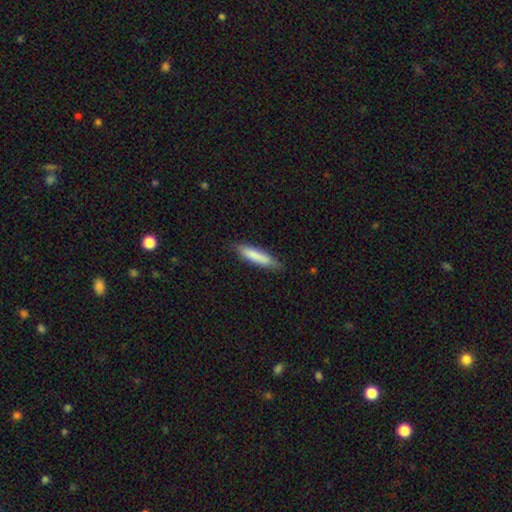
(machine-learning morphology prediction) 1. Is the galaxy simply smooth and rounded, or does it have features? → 82% smooth, 12% featured or disk, 6% star or artifact.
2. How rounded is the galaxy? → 82% cigar-shaped, 17% in between, 1% round.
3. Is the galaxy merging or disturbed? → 82% none, 14% minor disturbance, 2% major disturbance, 1% merger.